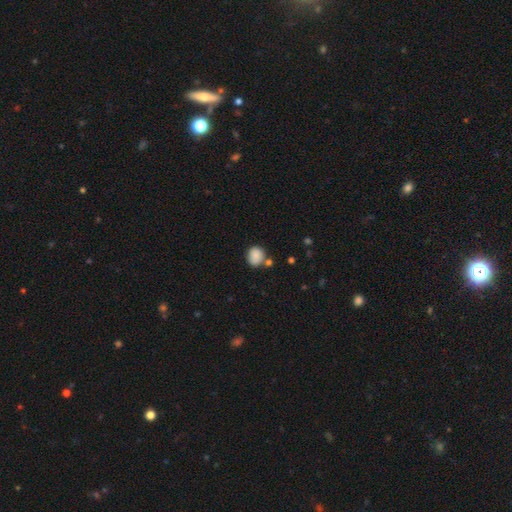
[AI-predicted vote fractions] A smooth galaxy with no disk features (86%) that is round (62%).

Vote fractions:
- Smooth or featured? smooth: 86% / star or artifact: 8% / featured or disk: 6%
- How rounded? round: 62% / in between: 37% / cigar-shaped: 1%
- Merging? none: 63% / minor disturbance: 17% / merger: 16% / major disturbance: 5%